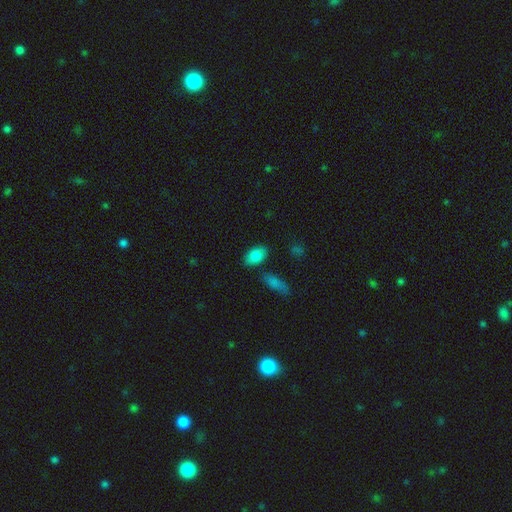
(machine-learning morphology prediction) smooth 83%, featured or disk 10%, star or artifact 7%. Down the decision tree: how rounded — in between (89%); merging — none (80%).